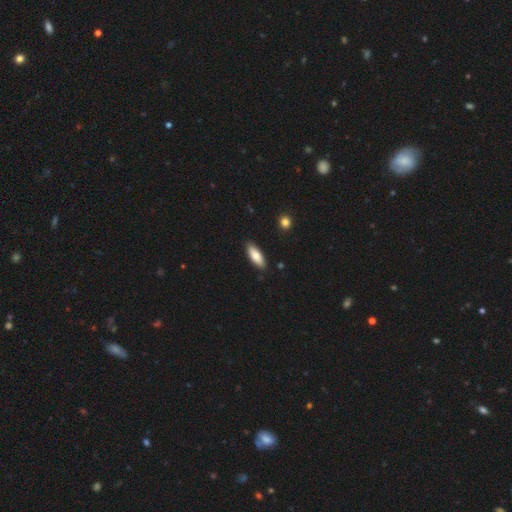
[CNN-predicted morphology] Smooth or featured? smooth (78%)
How rounded? in between (68%)
Merging? none (88%)